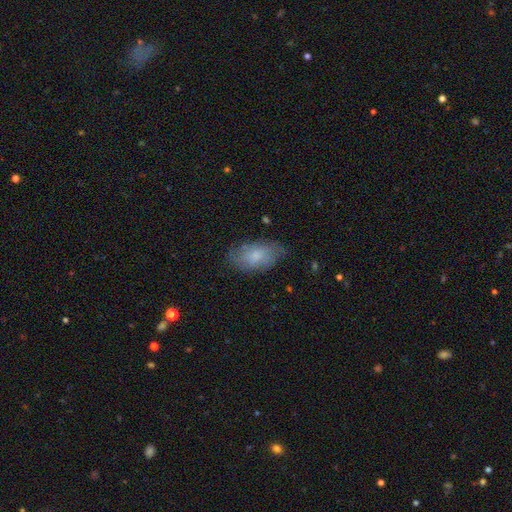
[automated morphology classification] Smooth or featured? smooth (64%)
How rounded? in between (93%)
Merging? none (72%)